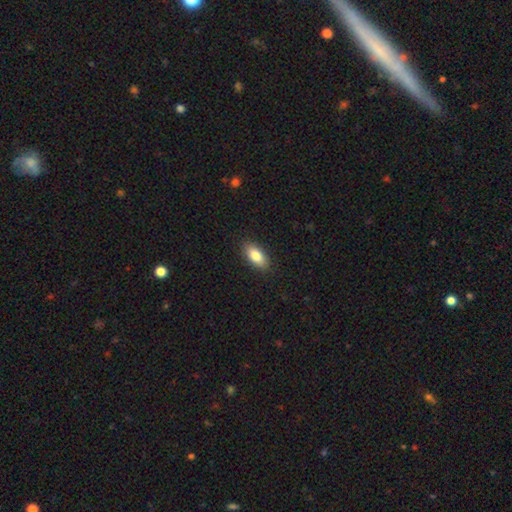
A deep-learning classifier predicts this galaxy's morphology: The model was most divided on "smooth or featured": smooth: 82%, featured or disk: 11%, star or artifact: 7%. More confident: merging — none (88%); how rounded — in between (87%).